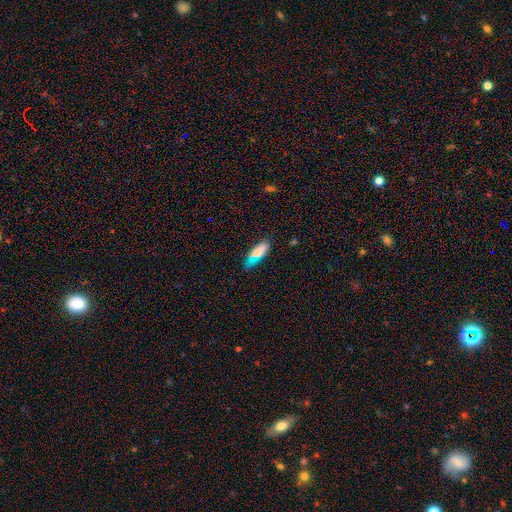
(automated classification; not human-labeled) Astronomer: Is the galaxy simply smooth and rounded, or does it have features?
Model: smooth — 78%.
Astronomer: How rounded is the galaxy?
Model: in between — 54% (runner-up: cigar-shaped, 44%).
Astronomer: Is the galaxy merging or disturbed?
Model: none — 70%.